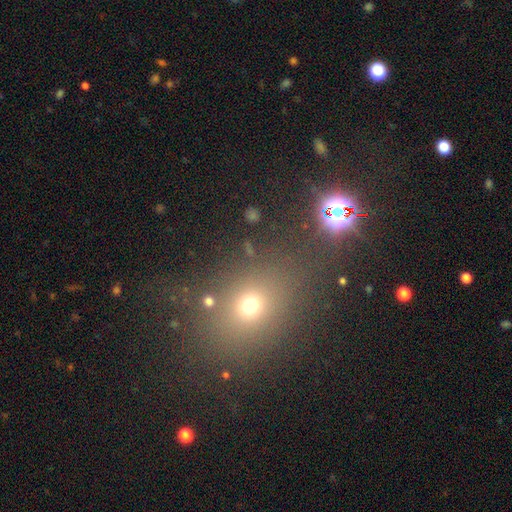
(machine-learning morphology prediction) Smooth or featured? Predicted: smooth (p=0.51). How rounded? Predicted: round (p=0.55). Merging? Predicted: none (p=0.78).